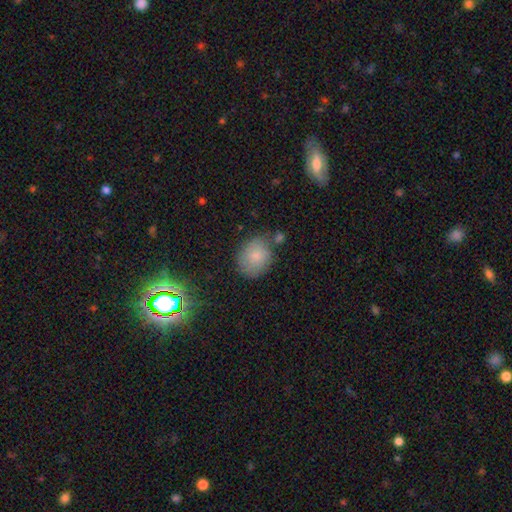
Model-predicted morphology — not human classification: type=smooth (81%); roundness=round (56%); merging=none (68%).